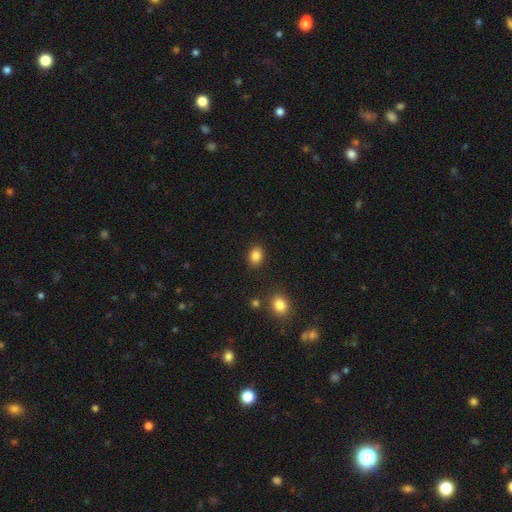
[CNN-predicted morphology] smooth-or-featured: smooth: 86% | star or artifact: 10% | featured or disk: 5%
  how-rounded: in between: 59% | round: 40% | cigar-shaped: 1%
  merging: none: 87% | minor disturbance: 8% | major disturbance: 3% | merger: 2%